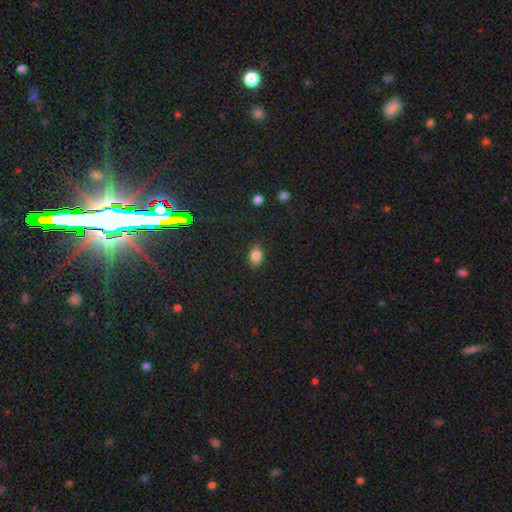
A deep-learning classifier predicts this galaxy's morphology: smooth_or_featured: smooth (p=0.83) [alt: star or artifact p=0.11]
how_rounded: in between (p=0.76) [alt: round p=0.22]
merging: none (p=0.81) [alt: minor disturbance p=0.14]